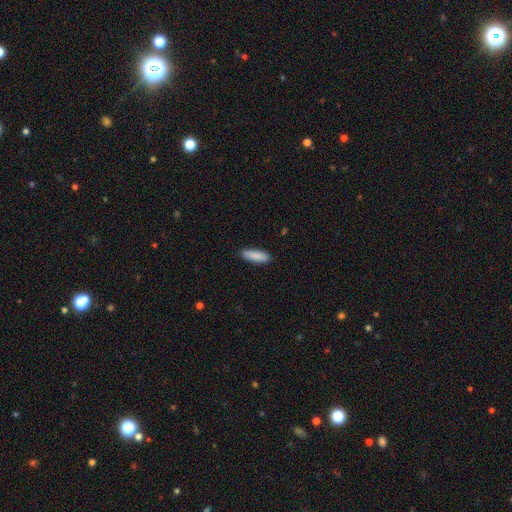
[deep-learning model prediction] Morphology: type=smooth (89%); roundness=cigar-shaped (50%); merging=none (89%).